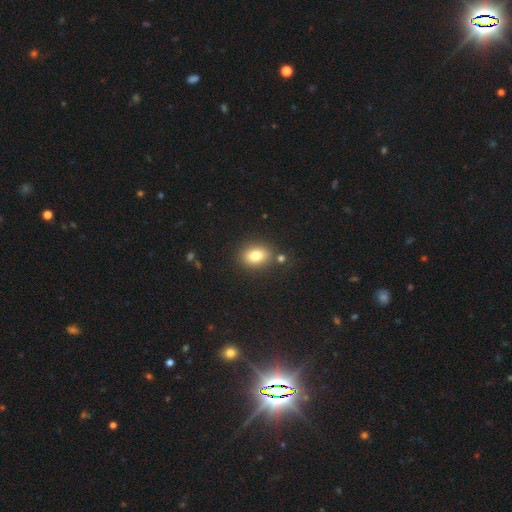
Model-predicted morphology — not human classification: A smooth galaxy with no disk features (81%) that is in between round and cigar-shaped (69%). Merging: none (78%).